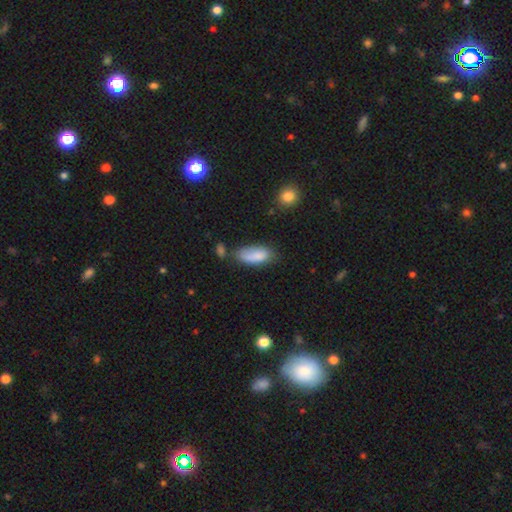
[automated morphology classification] The model was most divided on "merging": none: 52%, minor disturbance: 28%, merger: 11%, major disturbance: 9%. More confident: how rounded — in between (86%); smooth or featured — smooth (83%).